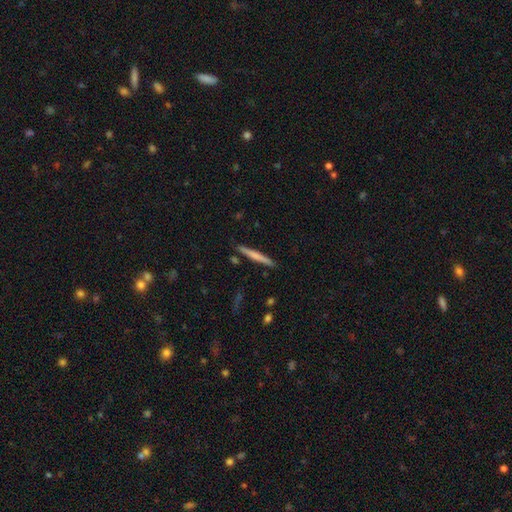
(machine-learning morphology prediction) Q: Smooth or featured?
A: smooth (59%); runner-up: featured or disk (36%)
Q: How rounded?
A: cigar-shaped (96%); runner-up: in between (3%)
Q: Merging?
A: none (89%); runner-up: minor disturbance (8%)